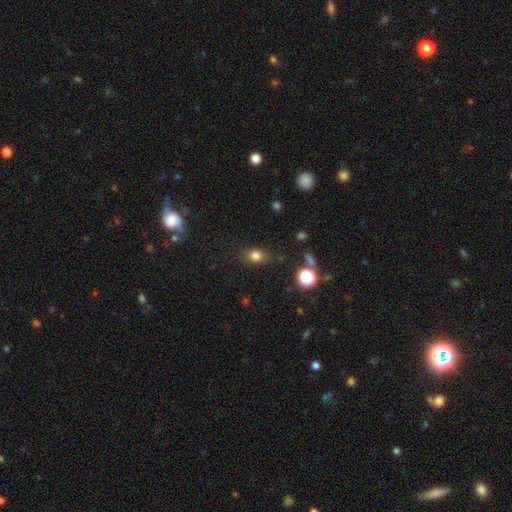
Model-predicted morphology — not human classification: A smooth galaxy with no disk features (79%) that is in between round and cigar-shaped (57%).

Vote fractions:
- Smooth or featured? smooth: 79% / star or artifact: 14% / featured or disk: 8%
- How rounded? in between: 57% / round: 40% / cigar-shaped: 3%
- Merging? none: 74% / minor disturbance: 18% / major disturbance: 5% / merger: 3%